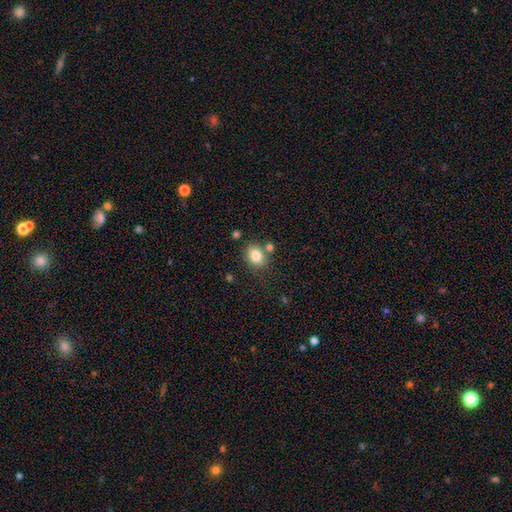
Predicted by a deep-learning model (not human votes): smooth 82%, star or artifact 10%, featured or disk 8%. Down the decision tree: how rounded — in between (56%); merging — none (70%).